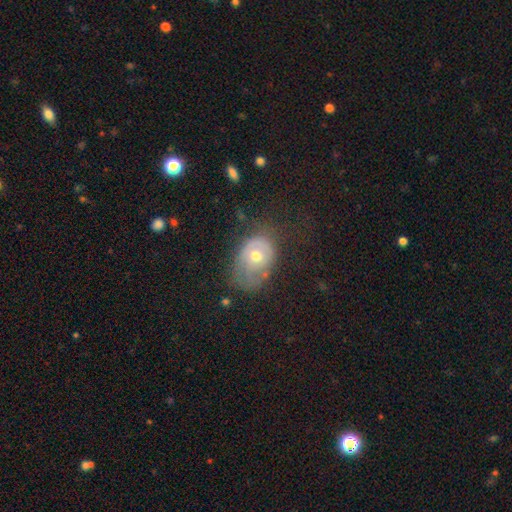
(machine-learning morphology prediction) smooth-or-featured: featured or disk: 46% | smooth: 45% | star or artifact: 9%
  merging: none: 36% | minor disturbance: 32% | major disturbance: 30% | merger: 2%